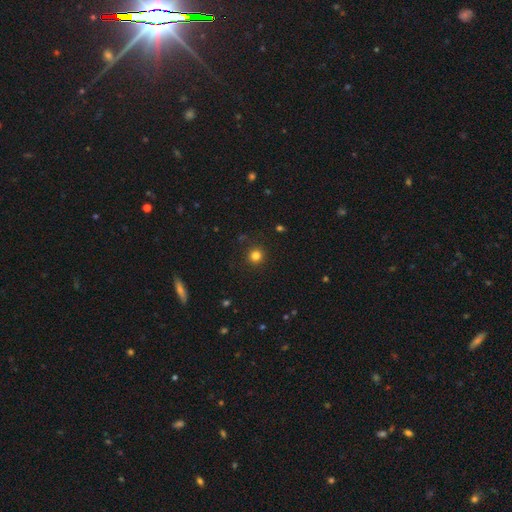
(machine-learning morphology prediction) A smooth galaxy with no disk features (82%) that is round (94%). Merging: none (91%).